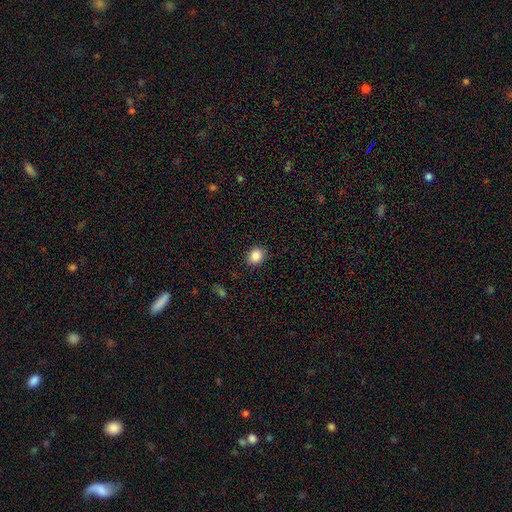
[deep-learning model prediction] Overall: smooth (87%). How rounded: round (65%; in between 35%). Merging: none (89%).